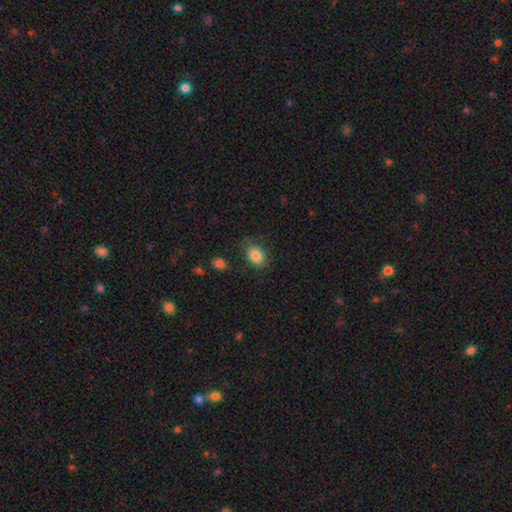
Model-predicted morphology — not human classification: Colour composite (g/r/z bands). It shows a smooth galaxy with no disk features (83%) that is in between round and cigar-shaped (70%). Merging: none (70%).